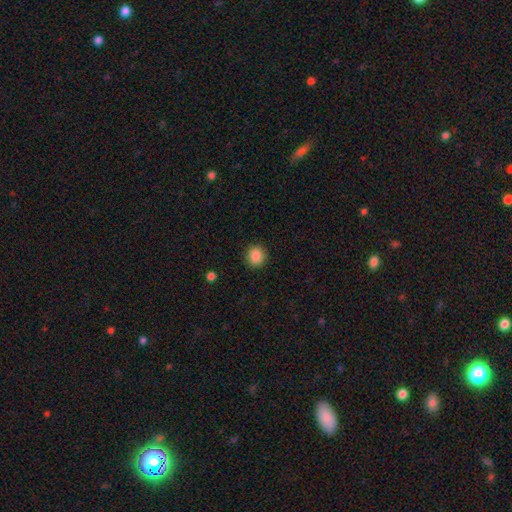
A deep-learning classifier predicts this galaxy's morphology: The model was most divided on "how rounded": round: 85%, in between: 14%, cigar-shaped: 1%. More confident: merging — none (90%); smooth or featured — smooth (87%).